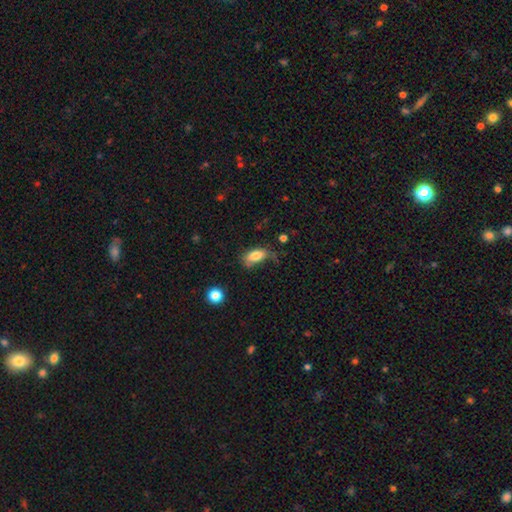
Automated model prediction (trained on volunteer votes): This is clearly a smooth galaxy (81%). How rounded: clearly in between (90%). Merging: marginally none (41%).